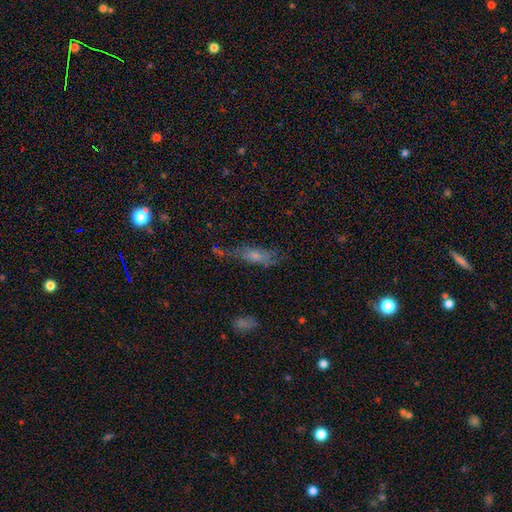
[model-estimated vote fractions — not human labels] The model was most divided on "how rounded": in between: 53%, cigar-shaped: 43%, round: 4%. Remaining: smooth or featured — smooth (51%); merging — none (44%).